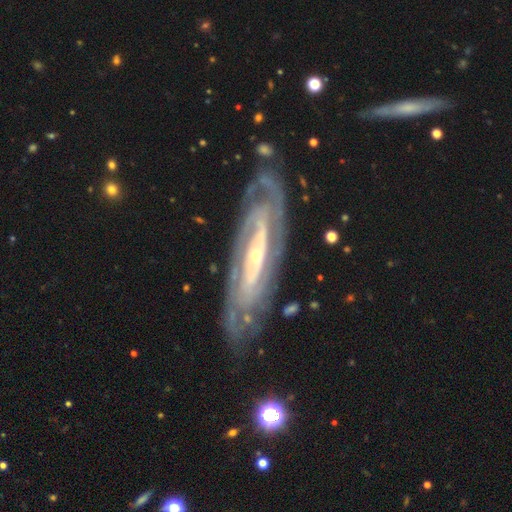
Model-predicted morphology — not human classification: Smooth or featured? Predicted: featured or disk (p=0.89). Edge-on disk? Predicted: no (p=0.85). Bar? Predicted: no (p=0.41). Spiral arms? Predicted: yes (p=0.94). Spiral winding? Predicted: tight (p=0.73). Spiral arm count? Predicted: can't tell (p=0.36). Bulge size? Predicted: small (p=0.72). Merging? Predicted: none (p=0.78).